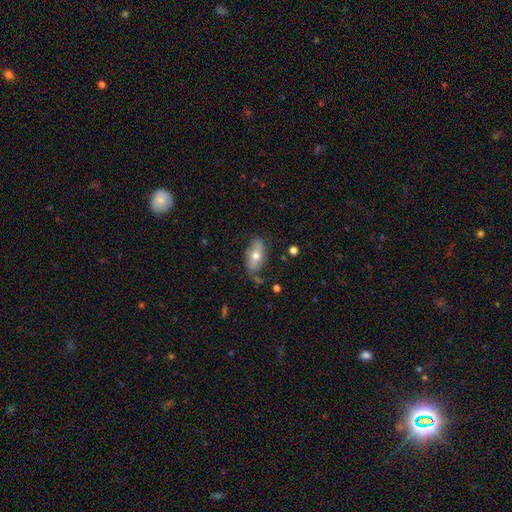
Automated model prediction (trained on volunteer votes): Smooth or featured? smooth (54%)
How rounded? in between (88%)
Merging? none (62%)